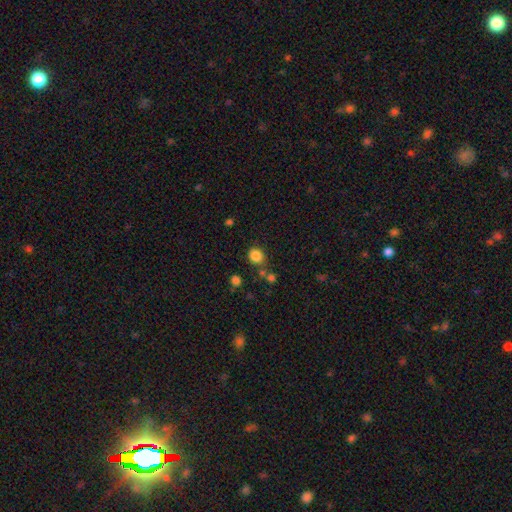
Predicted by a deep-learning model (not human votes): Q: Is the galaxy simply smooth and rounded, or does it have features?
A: smooth — 84%.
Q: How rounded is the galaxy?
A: round — 73%.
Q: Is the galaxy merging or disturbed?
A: none — 76%.